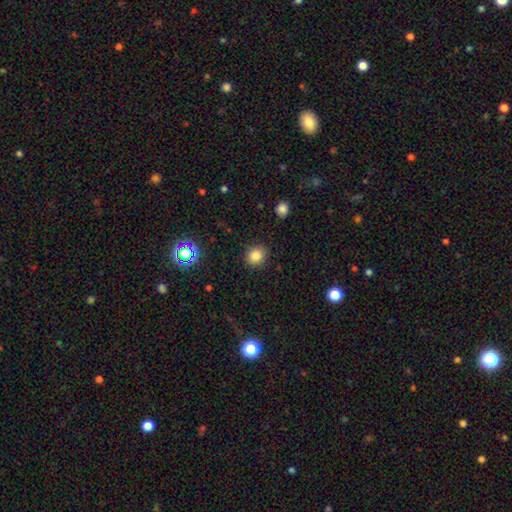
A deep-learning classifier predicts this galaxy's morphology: smooth 82%, star or artifact 13%, featured or disk 5%. Down the decision tree: how rounded — round (75%); merging — none (89%).